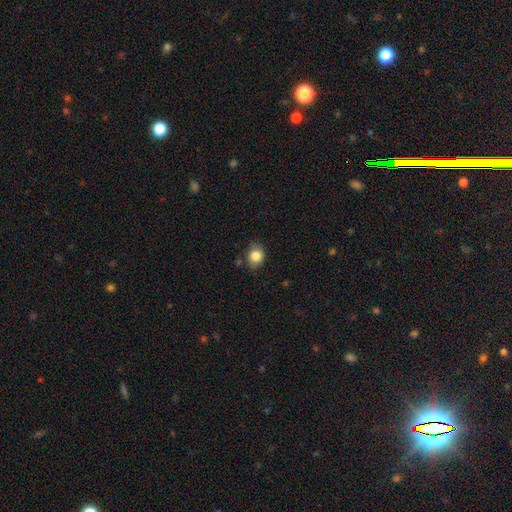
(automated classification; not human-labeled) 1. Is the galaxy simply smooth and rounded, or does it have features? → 83% smooth, 9% star or artifact, 7% featured or disk.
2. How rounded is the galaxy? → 58% round, 41% in between, 1% cigar-shaped.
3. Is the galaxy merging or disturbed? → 71% none, 22% minor disturbance, 4% major disturbance, 3% merger.